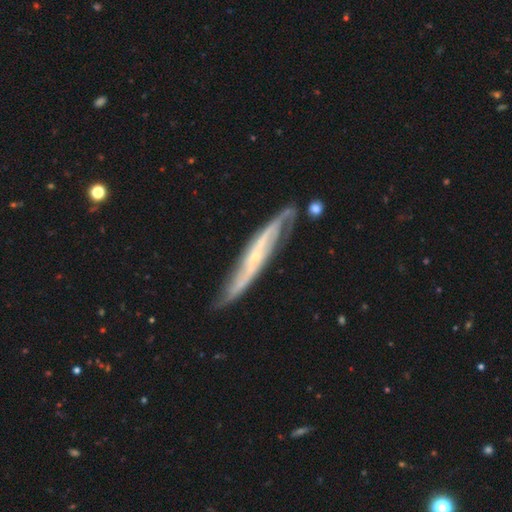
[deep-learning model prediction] A featured or disk galaxy (82%).

Vote fractions:
- Smooth or featured? featured or disk: 82% / smooth: 12% / star or artifact: 6%
- Edge-on disk? no: 55% / yes: 45%
- Merging? none: 66% / minor disturbance: 21% / major disturbance: 7% / merger: 6%